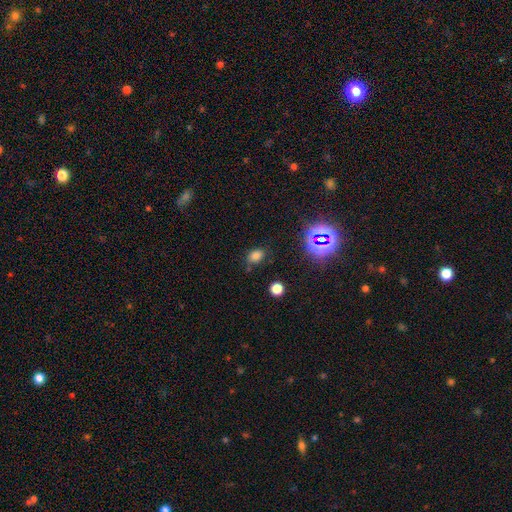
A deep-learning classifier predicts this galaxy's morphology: Overall: smooth (73%). How rounded: in between (72%). Merging: none (79%).